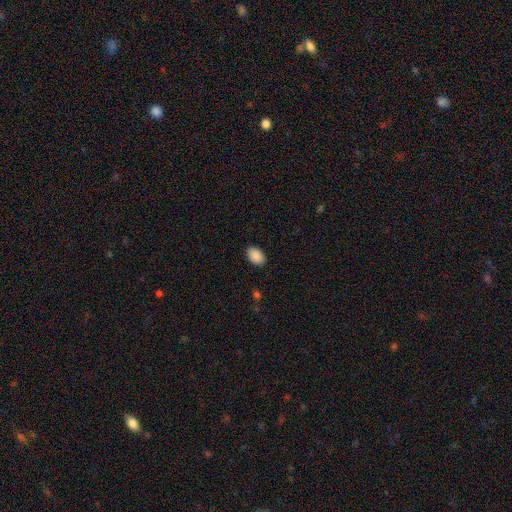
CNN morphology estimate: Smooth or featured?
  - smooth: 90% *
  - star or artifact: 7%
  - featured or disk: 3%
How rounded?
  - in between: 89% *
  - round: 10%
  - cigar-shaped: 1%
Merging?
  - none: 89% *
  - minor disturbance: 8%
  - major disturbance: 2%
  - merger: 1%